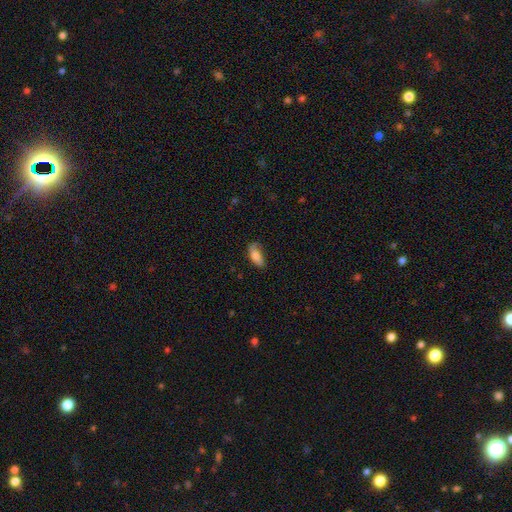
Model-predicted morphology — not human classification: A smooth galaxy with no disk features (78%) that is in between round and cigar-shaped (83%).

Vote fractions:
- Smooth or featured? smooth: 78% / featured or disk: 14% / star or artifact: 7%
- How rounded? in between: 83% / cigar-shaped: 14% / round: 3%
- Merging? none: 60% / minor disturbance: 29% / major disturbance: 9% / merger: 2%